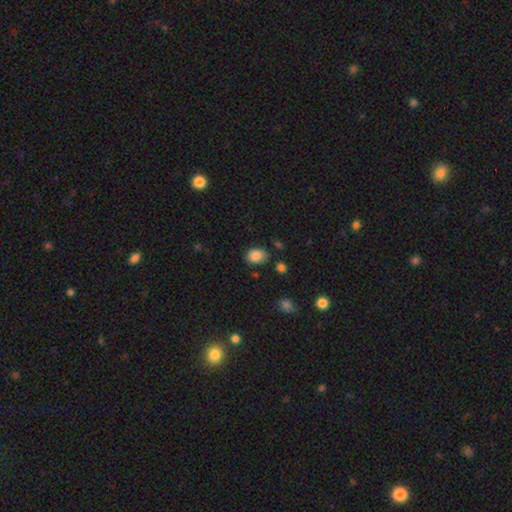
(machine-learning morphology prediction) type=smooth (85%); roundness=in between (71%); merging=none (76%).